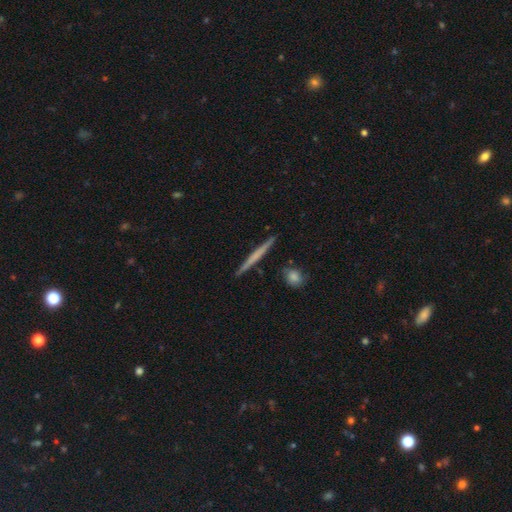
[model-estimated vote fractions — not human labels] smooth_or_featured: featured or disk (p=0.50) [alt: smooth p=0.45]
merging: none (p=0.90) [alt: minor disturbance p=0.06]